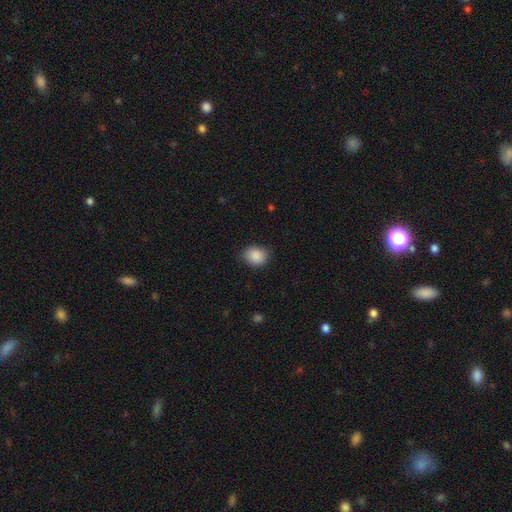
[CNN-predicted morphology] A smooth galaxy with no disk features (89%) that is round (50%).

Vote fractions:
- Smooth or featured? smooth: 89% / star or artifact: 8% / featured or disk: 4%
- How rounded? round: 50% / in between: 49% / cigar-shaped: 1%
- Merging? none: 80% / minor disturbance: 15% / major disturbance: 3% / merger: 1%